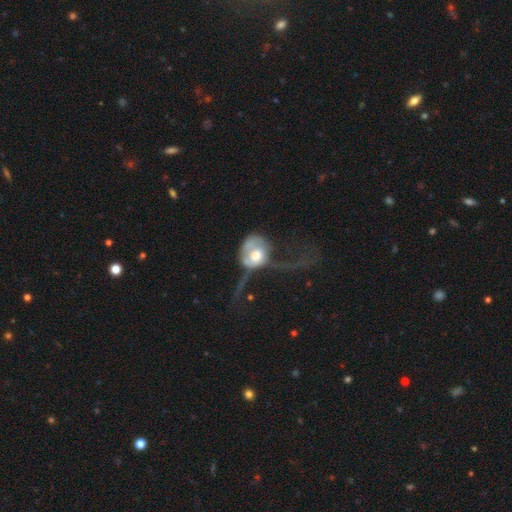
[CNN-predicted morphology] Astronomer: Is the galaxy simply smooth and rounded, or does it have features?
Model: smooth — 51% (runner-up: featured or disk, 42%).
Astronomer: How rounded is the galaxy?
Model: round — 58% (runner-up: in between, 40%).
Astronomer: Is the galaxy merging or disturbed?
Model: major disturbance — 64%.